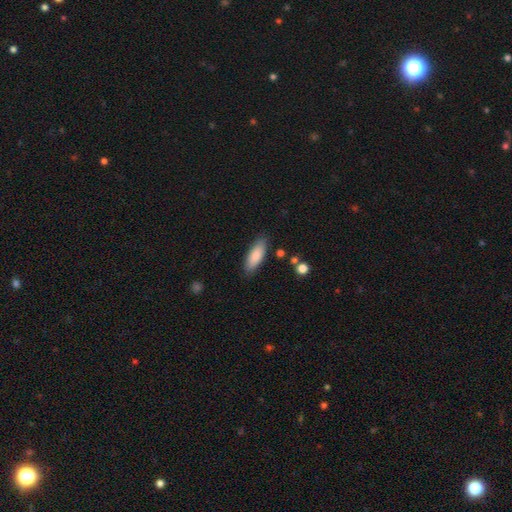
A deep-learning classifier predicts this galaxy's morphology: smooth_or_featured: smooth (p=0.84) [alt: featured or disk p=0.10]
how_rounded: in between (p=0.63) [alt: cigar-shaped p=0.35]
merging: none (p=0.85) [alt: minor disturbance p=0.11]